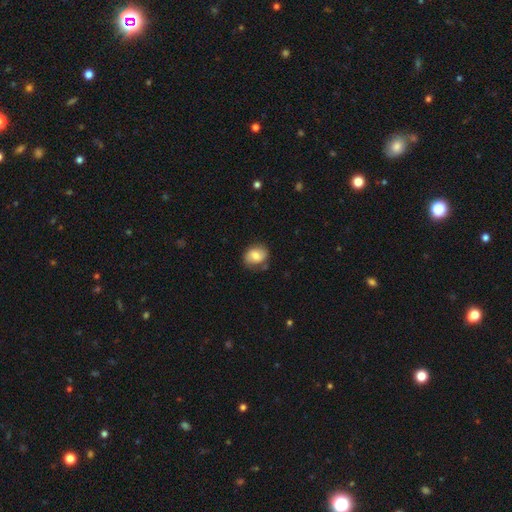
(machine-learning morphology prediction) Smooth or featured: smooth — 72% (featured or disk — 20%)
How rounded: in between — 51% (round — 48%)
Merging: none — 72% (minor disturbance — 20%)